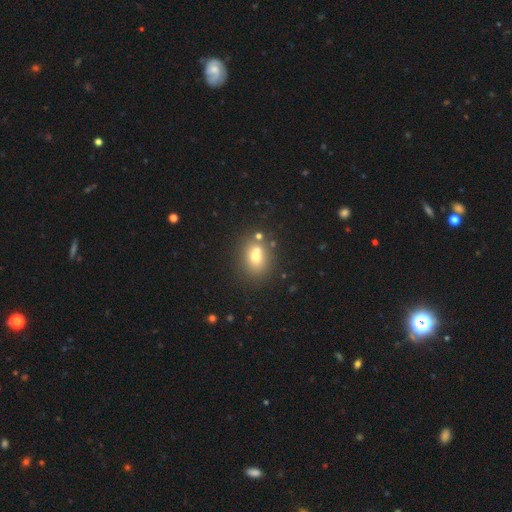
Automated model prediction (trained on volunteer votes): Q: Smooth or featured?
A: smooth (65%); runner-up: featured or disk (19%)
Q: How rounded?
A: in between (51%); runner-up: round (48%)
Q: Merging?
A: none (58%); runner-up: merger (27%)